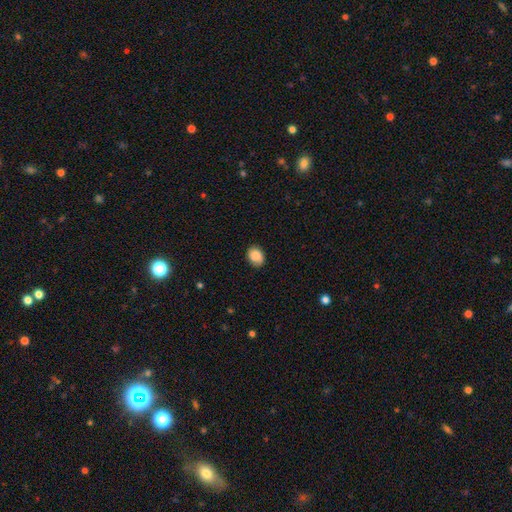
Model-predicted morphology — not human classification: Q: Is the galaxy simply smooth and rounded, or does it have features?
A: smooth — 84%.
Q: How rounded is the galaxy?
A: in between — 54%.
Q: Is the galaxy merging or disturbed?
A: none — 81%.